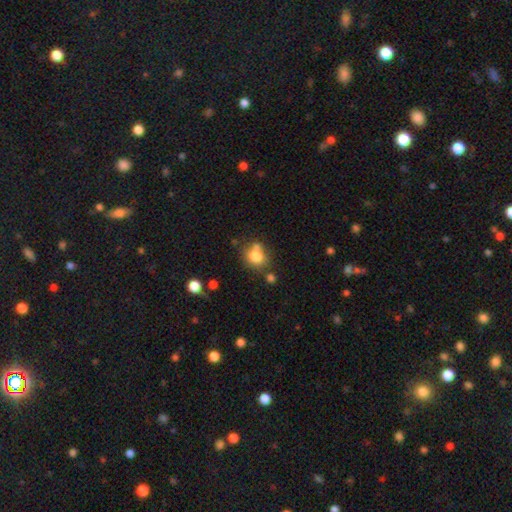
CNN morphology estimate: type=smooth (78%); roundness=round (74%); merging=none (55%).